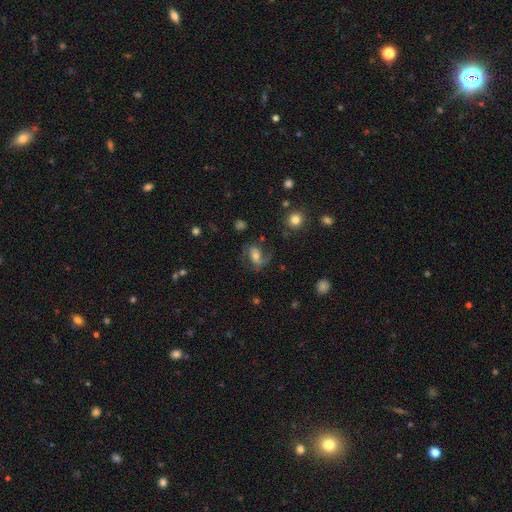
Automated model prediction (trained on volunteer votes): A featured or disk galaxy (68%) with a weak bar (38%), 2 (82%) medium (47%) spiral arms (90%) and a moderate central bulge (54%).

Vote fractions:
- Smooth or featured? featured or disk: 68% / smooth: 23% / star or artifact: 9%
- Edge-on disk? no: 96% / yes: 4%
- Bar? weak: 38% / no: 33% / strong: 29%
- Spiral arms? yes: 90% / no: 10%
- Spiral winding? medium: 47% / loose: 38% / tight: 15%
- Spiral arm count? 2: 82% / 1: 10% / can't tell: 5% / 3: 1% / 4: 1% / more than 4: 1%
- Bulge size? moderate: 54% / small: 32% / large: 9% / none: 3% / dominant: 2%
- Merging? none: 62% / major disturbance: 18% / minor disturbance: 18% / merger: 2%